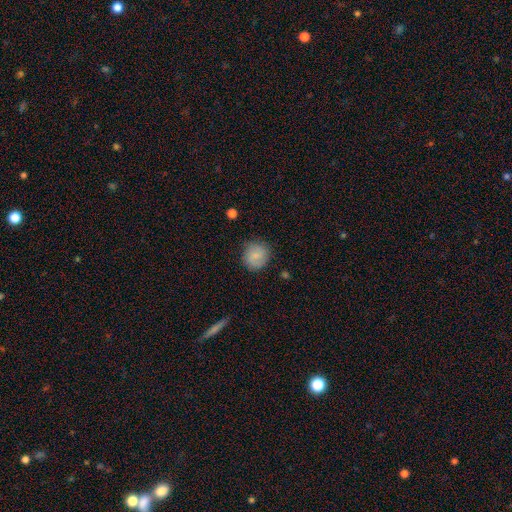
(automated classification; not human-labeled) Smooth or featured: smooth — 79% (featured or disk — 13%)
How rounded: round — 86% (in between — 13%)
Merging: none — 80% (minor disturbance — 15%)